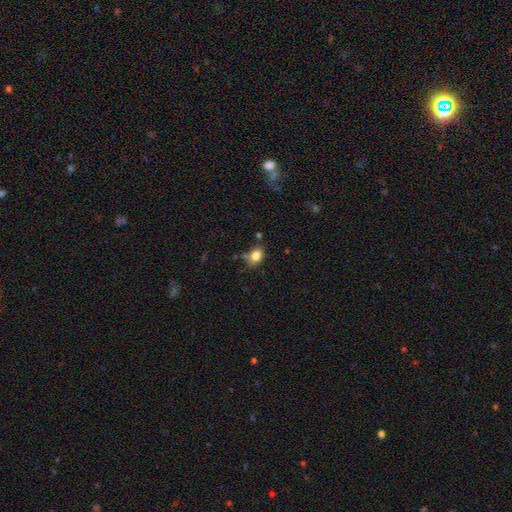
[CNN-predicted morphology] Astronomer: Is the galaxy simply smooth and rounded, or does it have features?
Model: smooth — 82%.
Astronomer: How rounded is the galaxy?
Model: in between — 66%.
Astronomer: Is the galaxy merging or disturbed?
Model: none — 64%.